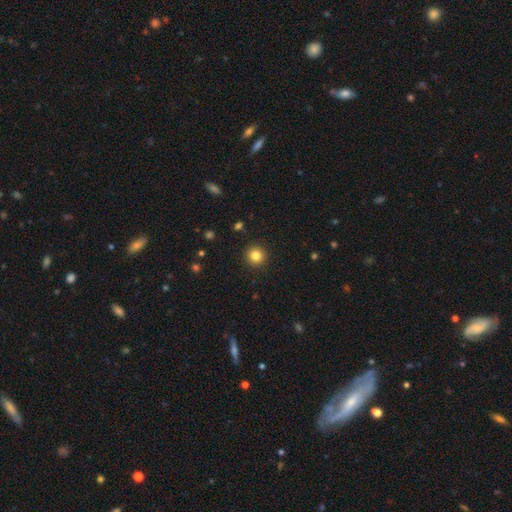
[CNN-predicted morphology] A smooth galaxy with no disk features (83%) that is round (94%). Merging: none (92%).